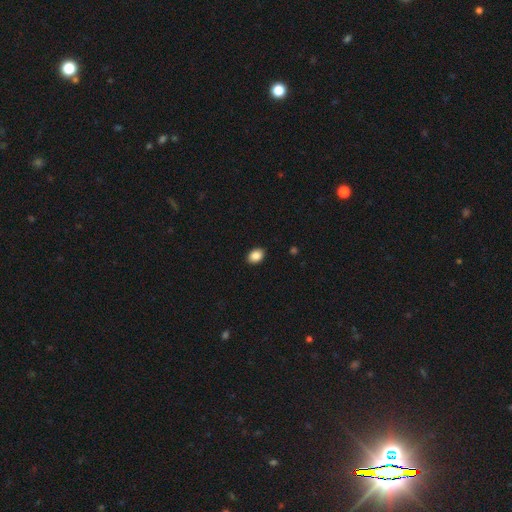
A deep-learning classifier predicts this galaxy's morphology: smooth-or-featured: smooth: 88% | star or artifact: 8% | featured or disk: 4%
  how-rounded: in between: 78% | round: 21% | cigar-shaped: 1%
  merging: none: 90% | minor disturbance: 7% | major disturbance: 2% | merger: 1%